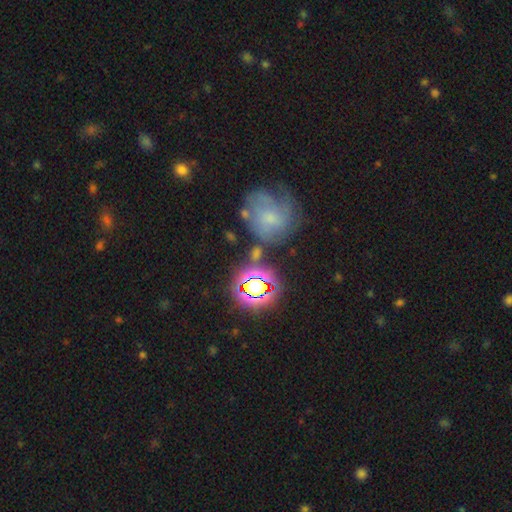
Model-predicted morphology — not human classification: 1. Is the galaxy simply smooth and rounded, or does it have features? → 39% star or artifact, 38% smooth, 23% featured or disk.